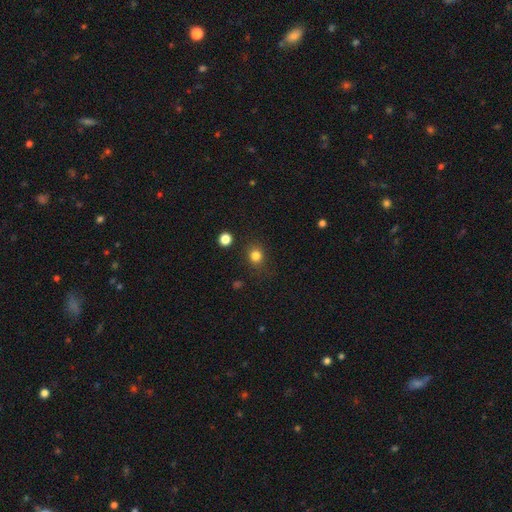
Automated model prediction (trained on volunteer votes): smooth_or_featured: smooth (p=0.82) [alt: star or artifact p=0.13]
how_rounded: round (p=0.83) [alt: in between p=0.16]
merging: none (p=0.84) [alt: minor disturbance p=0.10]